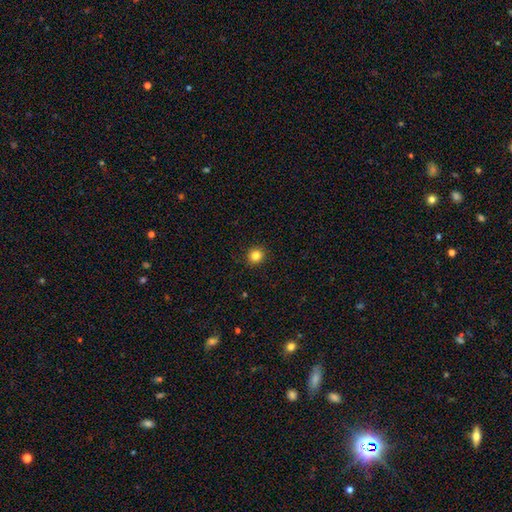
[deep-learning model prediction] This is clearly a smooth galaxy (83%). How rounded: clearly round (90%). Merging: clearly none (92%).